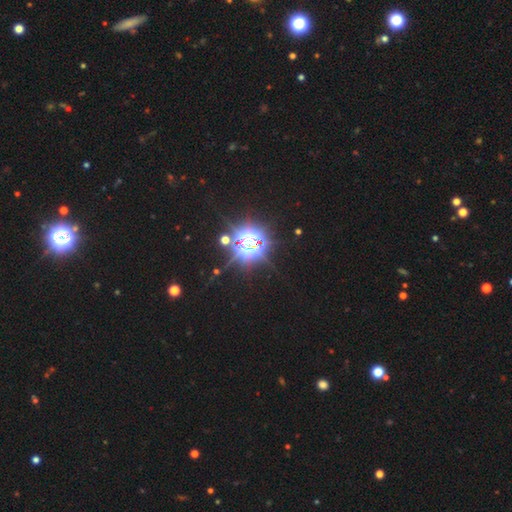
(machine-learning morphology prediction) Smooth or featured? star or artifact (84%)